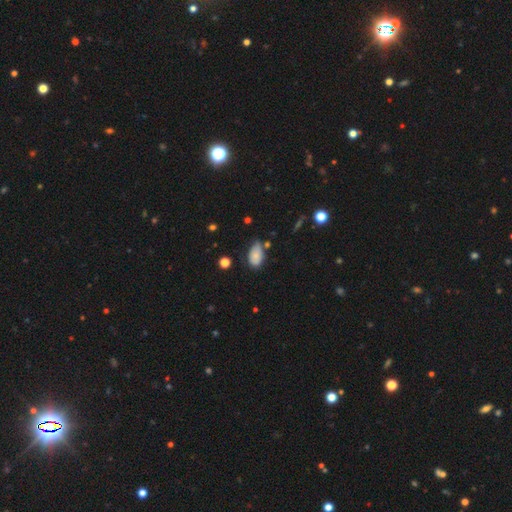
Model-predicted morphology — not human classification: type=smooth (78%); roundness=in between (92%); merging=none (50%).